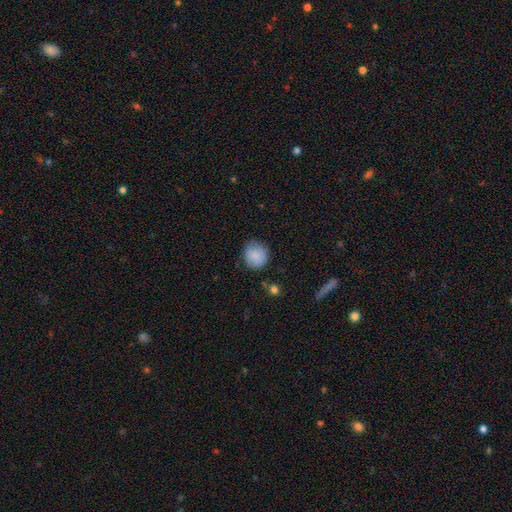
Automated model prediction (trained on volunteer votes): This is clearly a smooth galaxy (85%). How rounded: clearly round (87%). Merging: likely none (77%).